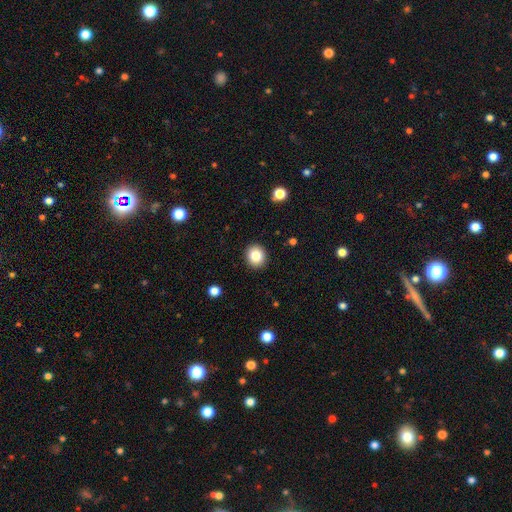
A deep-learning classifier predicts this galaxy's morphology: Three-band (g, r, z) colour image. It shows a smooth galaxy with no disk features (85%) that is round (80%). Merging: none (91%).